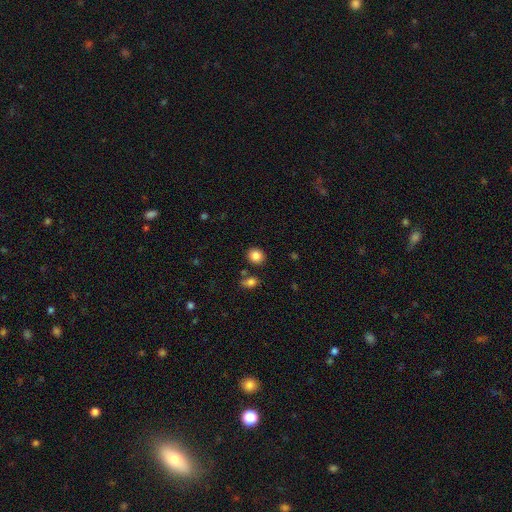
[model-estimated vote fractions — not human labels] Morphology: type=smooth (85%); roundness=round (80%); merging=none (83%).